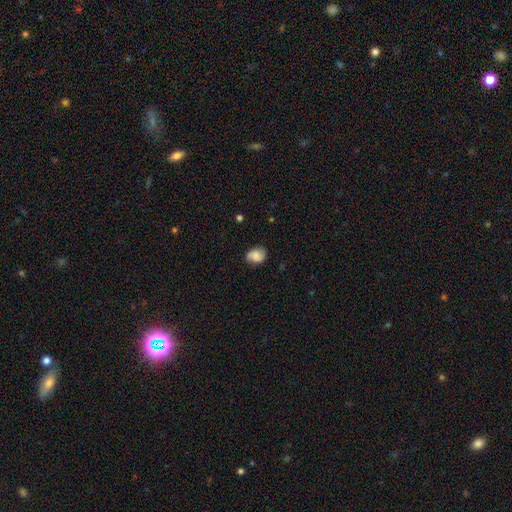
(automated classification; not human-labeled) This is likely a smooth galaxy (65%). How rounded: possibly in between (59%). Merging: likely none (73%).